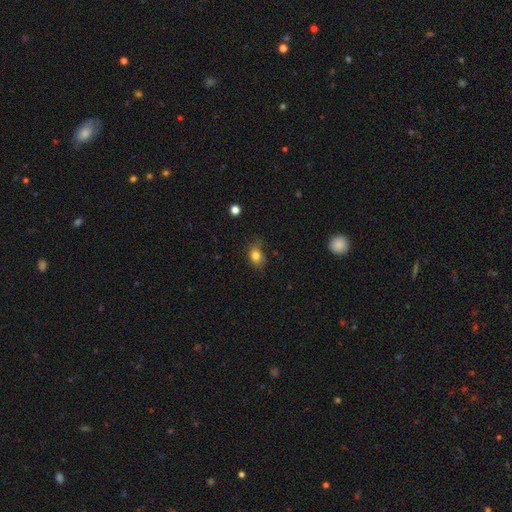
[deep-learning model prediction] Smooth or featured? smooth (80%)
How rounded? in between (62%)
Merging? none (58%)